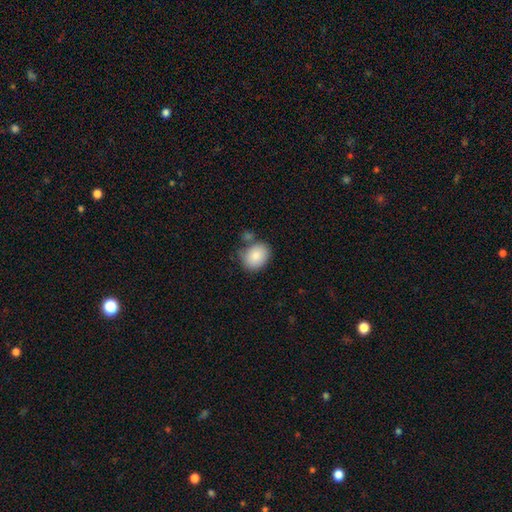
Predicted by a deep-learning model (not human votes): This is clearly a smooth galaxy (86%). How rounded: possibly in between (53%). Merging: likely none (66%).